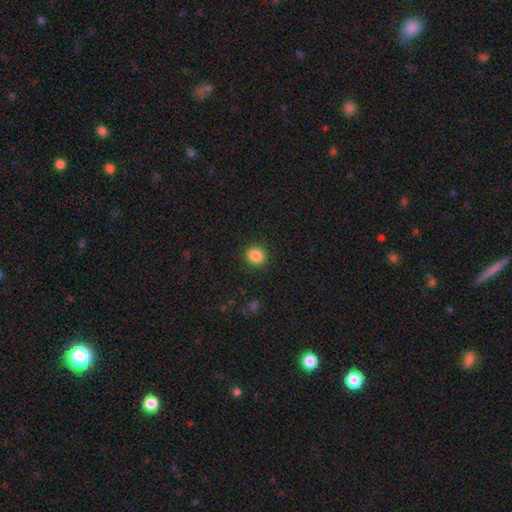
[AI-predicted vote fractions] Morphology: type=smooth (87%); roundness=round (73%); merging=none (89%).